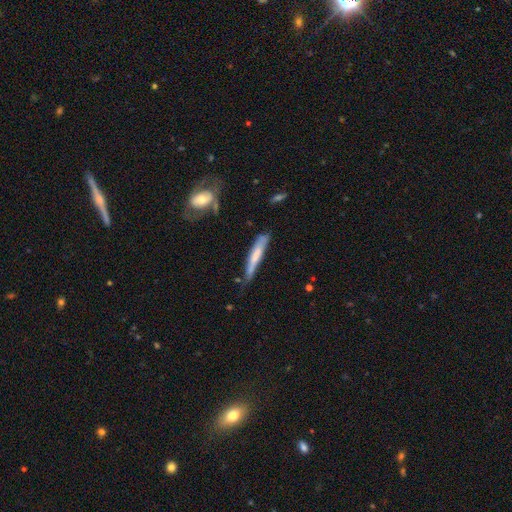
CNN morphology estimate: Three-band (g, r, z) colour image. It shows a smooth galaxy with no disk features (59%) that is cigar-shaped (91%). Merging: none (57%).